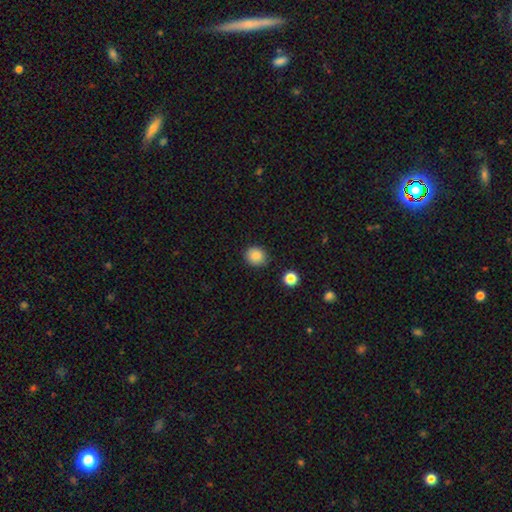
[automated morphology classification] A smooth galaxy with no disk features (85%) that is round (79%).

Vote fractions:
- Smooth or featured? smooth: 85% / star or artifact: 10% / featured or disk: 5%
- How rounded? round: 79% / in between: 20% / cigar-shaped: 1%
- Merging? none: 86% / minor disturbance: 10% / major disturbance: 2% / merger: 2%